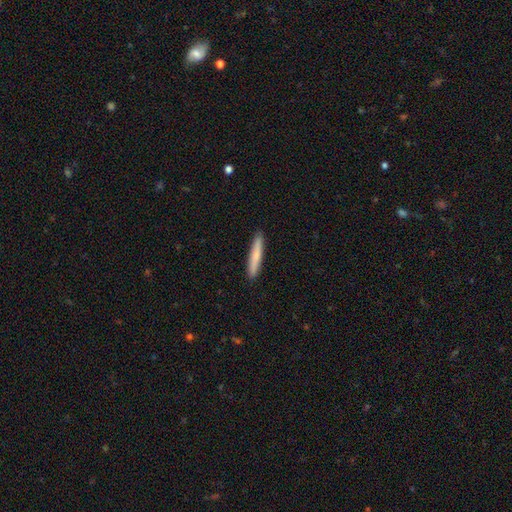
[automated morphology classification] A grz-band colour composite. It shows a smooth galaxy with no disk features (75%) that is cigar-shaped (95%). Merging: none (92%).